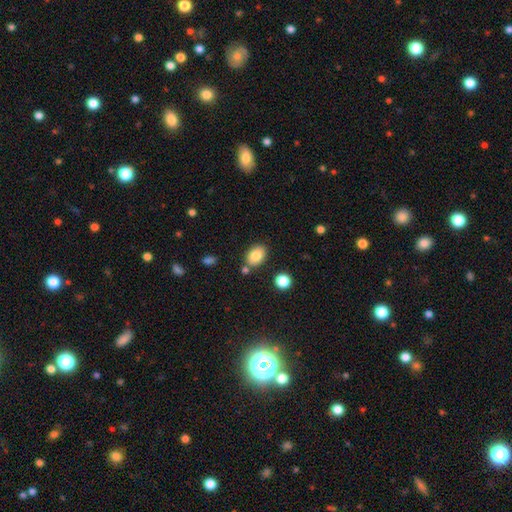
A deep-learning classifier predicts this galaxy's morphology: Overall: smooth (84%). How rounded: in between (83%). Merging: none (76%).